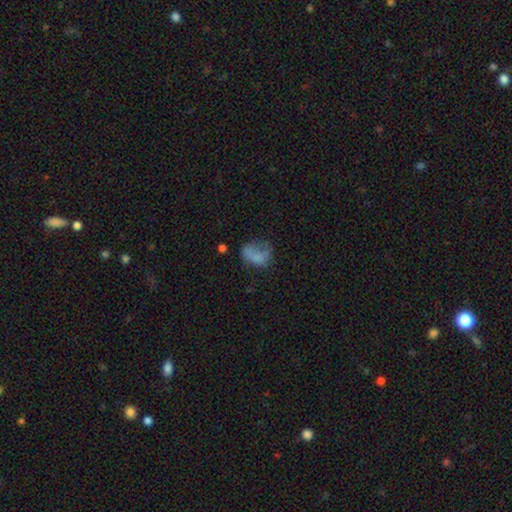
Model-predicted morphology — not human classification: This is likely a smooth galaxy (65%). How rounded: likely in between (69%). Merging: marginally major disturbance (37%).